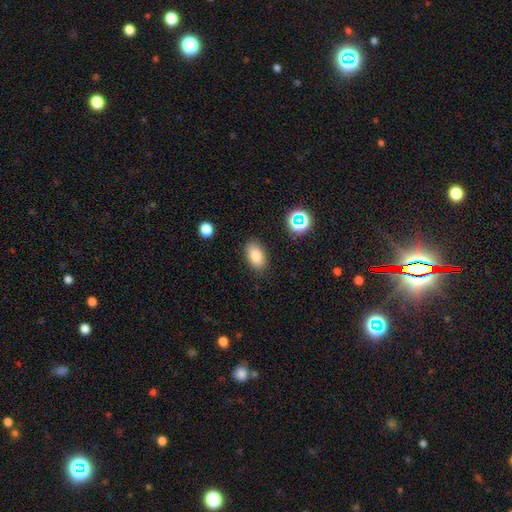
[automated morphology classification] Smooth or featured? Predicted: smooth (p=0.82). How rounded? Predicted: in between (p=0.91). Merging? Predicted: none (p=0.84).